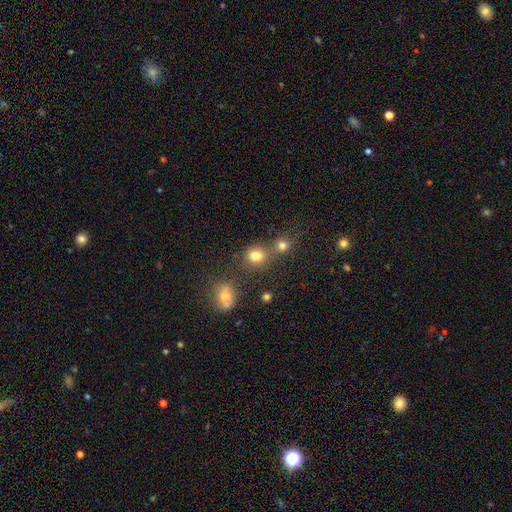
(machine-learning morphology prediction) smooth 79%, star or artifact 15%, featured or disk 7%. Down the decision tree: how rounded — round (83%); merging — none (58%).